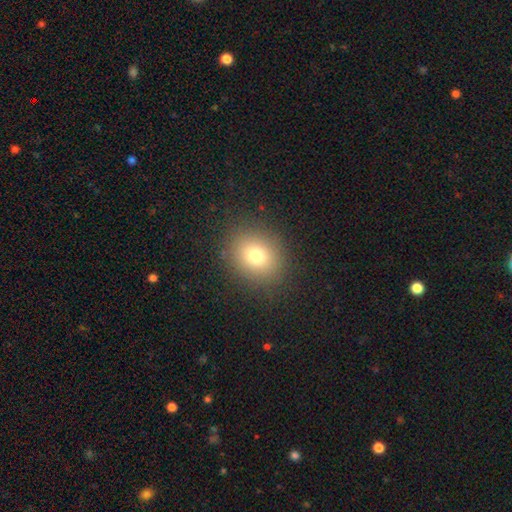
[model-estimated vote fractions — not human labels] A smooth galaxy with no disk features (75%) that is round (70%). Merging: none (87%).